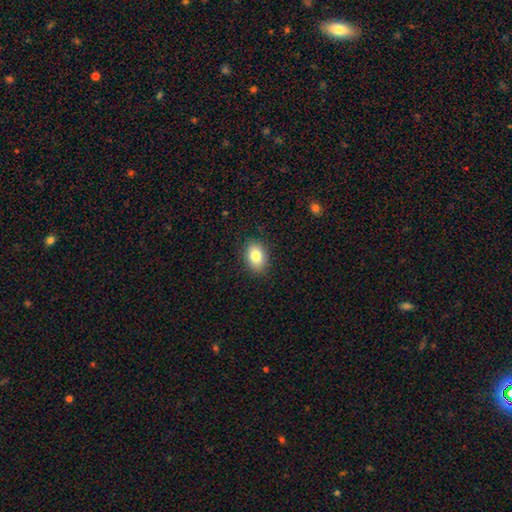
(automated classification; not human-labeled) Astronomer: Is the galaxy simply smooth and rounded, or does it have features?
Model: smooth — 83%.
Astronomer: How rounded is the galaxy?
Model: in between — 76%.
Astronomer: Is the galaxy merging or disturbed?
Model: none — 87%.